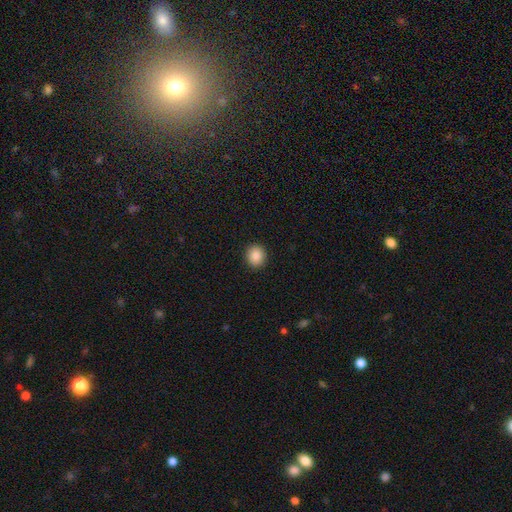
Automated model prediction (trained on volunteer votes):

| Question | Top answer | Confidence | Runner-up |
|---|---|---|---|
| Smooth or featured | smooth | 87% | star or artifact (9%) |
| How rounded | round | 83% | in between (16%) |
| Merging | none | 92% | minor disturbance (5%) |